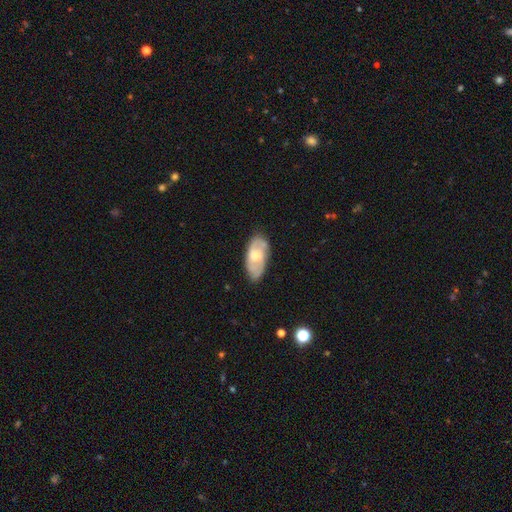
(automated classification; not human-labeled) featured or disk 55%, smooth 40%, star or artifact 6%. Down the decision tree: edge-on disk — no (91%); merging — none (75%).